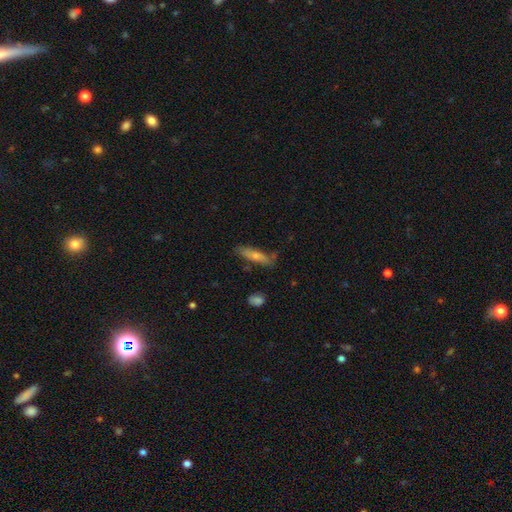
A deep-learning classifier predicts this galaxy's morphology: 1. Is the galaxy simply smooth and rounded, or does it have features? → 68% smooth, 26% featured or disk, 6% star or artifact.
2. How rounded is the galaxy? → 68% cigar-shaped, 30% in between, 2% round.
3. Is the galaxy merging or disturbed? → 69% none, 22% minor disturbance, 5% major disturbance, 4% merger.